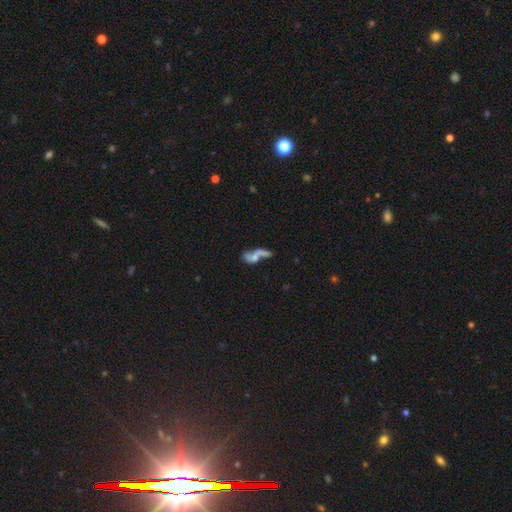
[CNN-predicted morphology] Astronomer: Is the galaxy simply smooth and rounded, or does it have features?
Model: smooth — 46% (runner-up: featured or disk, 42%).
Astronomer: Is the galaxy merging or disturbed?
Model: merger — 51%.